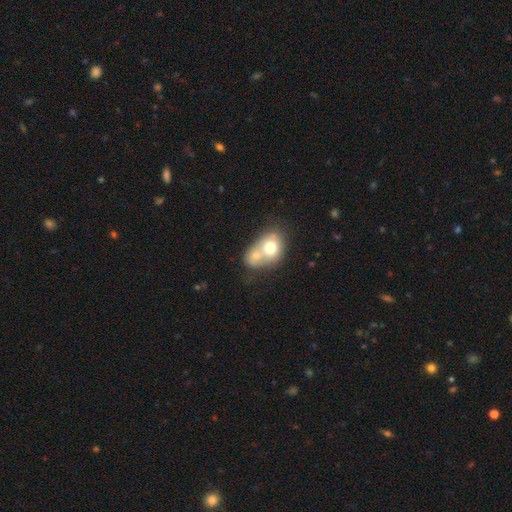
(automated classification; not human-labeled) Q: Smooth or featured?
A: smooth (66%); runner-up: featured or disk (25%)
Q: How rounded?
A: in between (52%); runner-up: round (47%)
Q: Merging?
A: merger (71%); runner-up: none (16%)